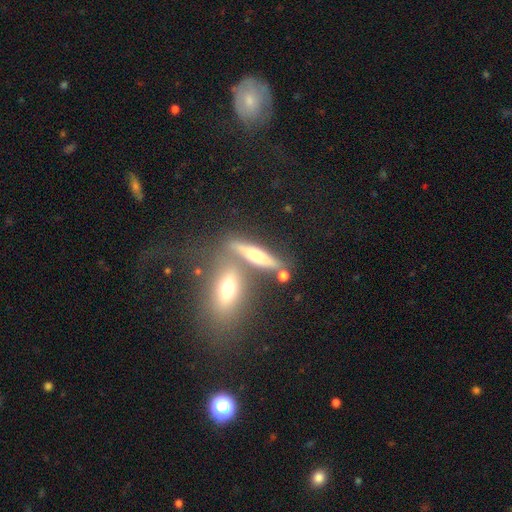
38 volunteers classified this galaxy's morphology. Smooth or featured? 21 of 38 (55%) said featured or disk. Edge-on disk? 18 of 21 (86%) said yes. Edge-on bulge? 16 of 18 (89%) said rounded. Merging? 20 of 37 (54%) said merger.